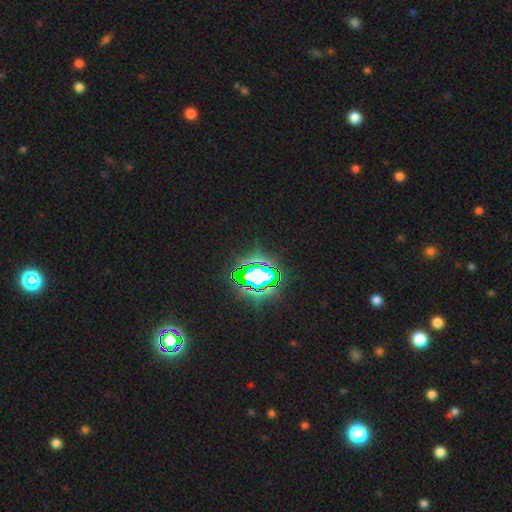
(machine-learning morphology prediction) The model was most divided on "smooth or featured": star or artifact: 82%, smooth: 11%, featured or disk: 7%.